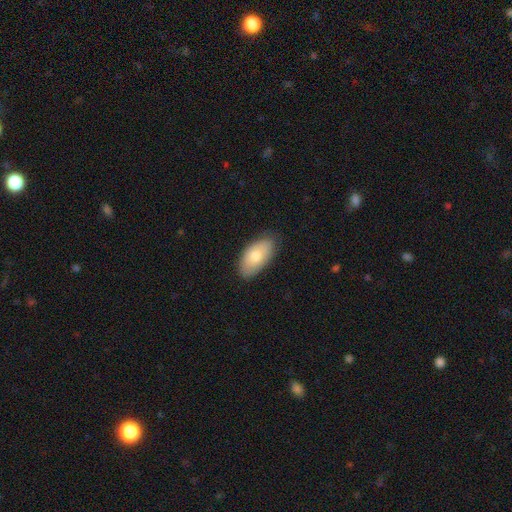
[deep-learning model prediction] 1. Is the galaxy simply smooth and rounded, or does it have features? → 76% smooth, 18% featured or disk, 6% star or artifact.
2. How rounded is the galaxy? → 94% in between, 3% cigar-shaped, 3% round.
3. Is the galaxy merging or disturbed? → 79% none, 17% minor disturbance, 3% major disturbance, 1% merger.